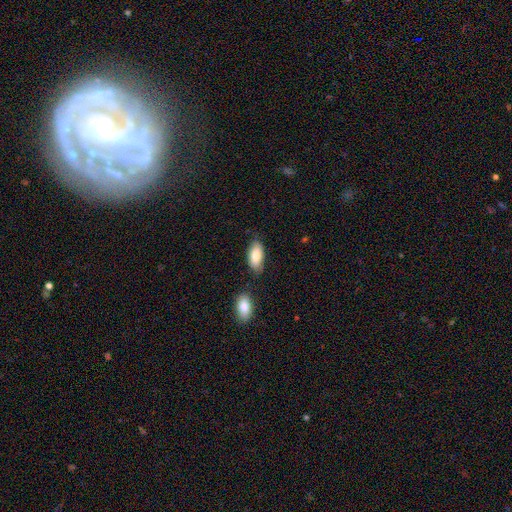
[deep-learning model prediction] Smooth or featured? Predicted: smooth (p=0.84). How rounded? Predicted: in between (p=0.93). Merging? Predicted: none (p=0.71).